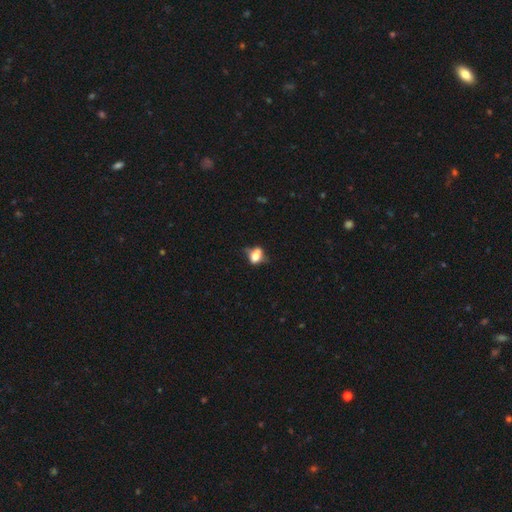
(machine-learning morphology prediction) This appears to be a smooth galaxy with no disk features (66%) that is in between round and cigar-shaped (75%). Merging: none (49%).